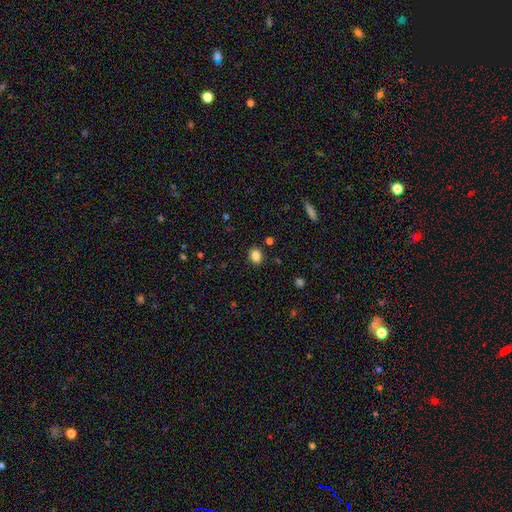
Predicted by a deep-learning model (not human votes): Morphology: type=smooth (85%); roundness=round (57%); merging=none (87%).